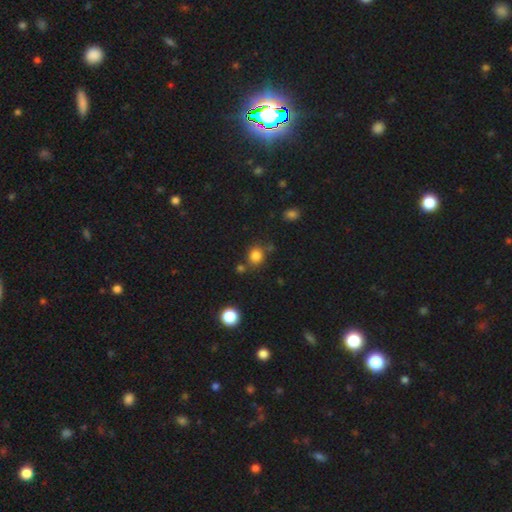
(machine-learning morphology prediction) This is clearly a smooth galaxy (81%). How rounded: likely round (76%). Merging: likely none (72%).